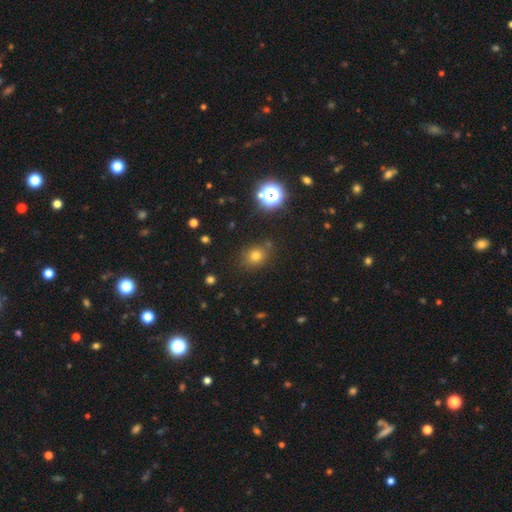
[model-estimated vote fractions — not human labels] Smooth or featured: smooth — 71% (star or artifact — 21%)
How rounded: round — 70% (in between — 29%)
Merging: none — 78% (minor disturbance — 12%)